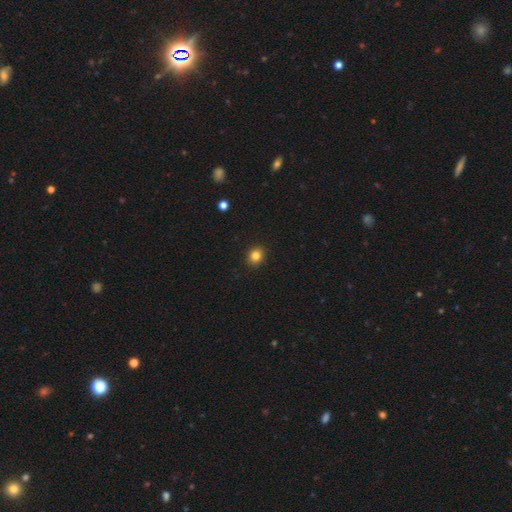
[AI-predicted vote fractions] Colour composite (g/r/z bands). It shows a smooth galaxy with no disk features (83%) that is round (69%). Merging: none (91%).